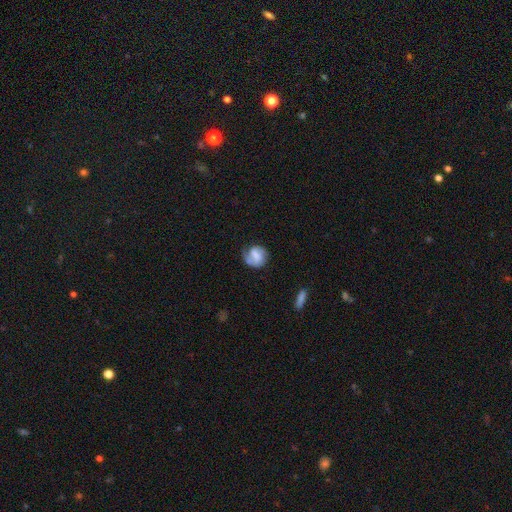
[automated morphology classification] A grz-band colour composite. It shows a featured or disk galaxy (52%) with a weak bar (46%), spiral arms (82%) and no central bulge (34%). Merging: none (56%).